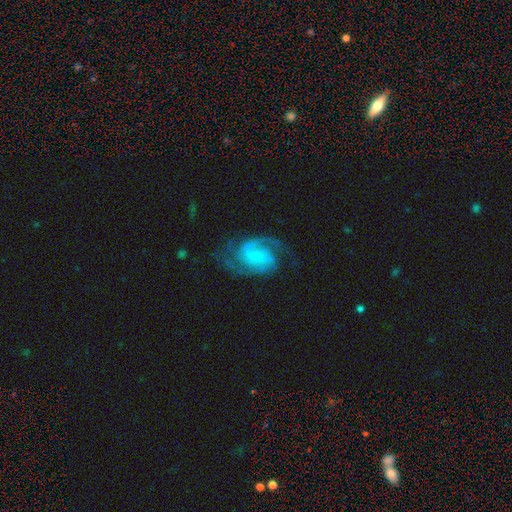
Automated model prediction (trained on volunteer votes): This is clearly a featured or disk galaxy (89%). It is clearly not viewed edge-on (98%). Bar: possibly no (50%). Spiral arm pattern: clearly yes (98%). Spiral arm count: likely 2 (77%). Spiral winding: possibly medium (53%). Central bulge: marginally none (45%). Merging: likely none (71%).